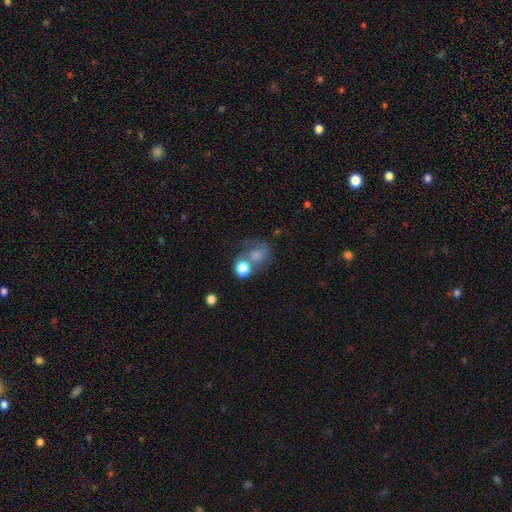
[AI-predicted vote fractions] smooth-or-featured: smooth: 68% | featured or disk: 18% | star or artifact: 14%
  how-rounded: round: 62% | in between: 37% | cigar-shaped: 1%
  merging: merger: 41% | none: 31% | major disturbance: 15% | minor disturbance: 14%